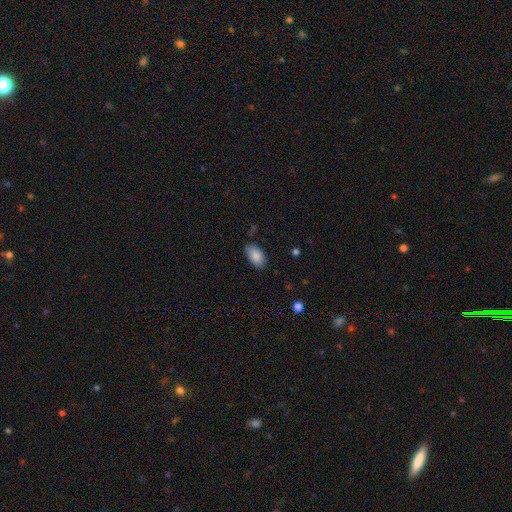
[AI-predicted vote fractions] smooth 87%, star or artifact 7%, featured or disk 6%. Down the decision tree: how rounded — in between (94%); merging — none (80%).